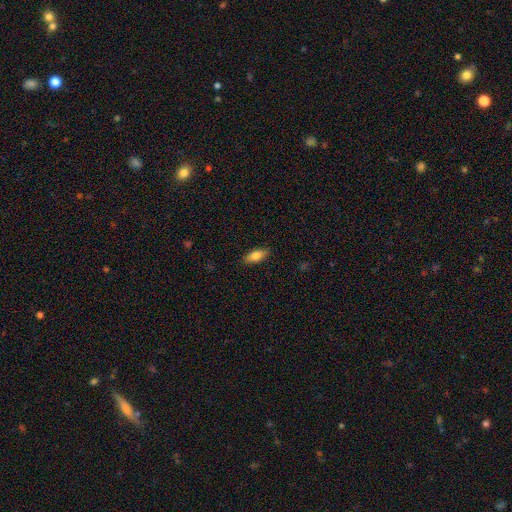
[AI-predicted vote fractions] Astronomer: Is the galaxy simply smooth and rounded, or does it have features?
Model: smooth — 77%.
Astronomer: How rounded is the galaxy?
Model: in between — 79%.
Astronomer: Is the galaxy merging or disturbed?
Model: none — 88%.